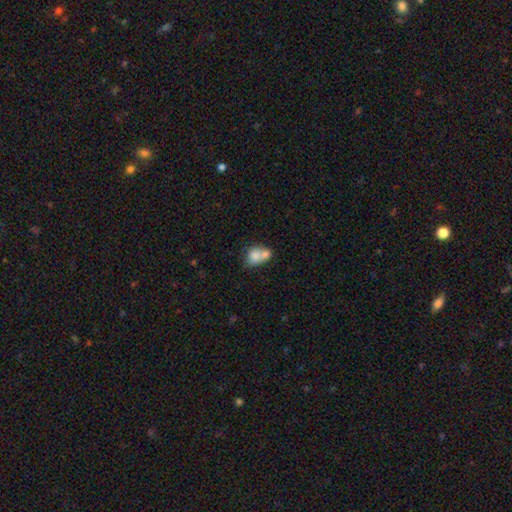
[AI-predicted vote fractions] smooth_or_featured: smooth (p=0.75) [alt: featured or disk p=0.16]
how_rounded: round (p=0.50) [alt: in between p=0.48]
merging: merger (p=0.63) [alt: none p=0.24]